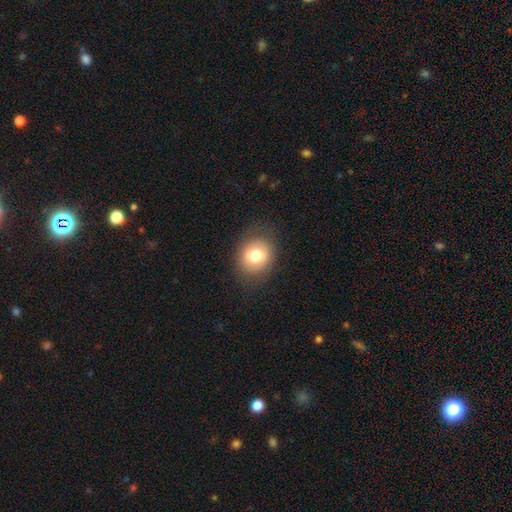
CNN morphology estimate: smooth_or_featured: smooth (p=0.75) [alt: featured or disk p=0.16]
how_rounded: round (p=0.63) [alt: in between p=0.37]
merging: none (p=0.81) [alt: minor disturbance p=0.13]